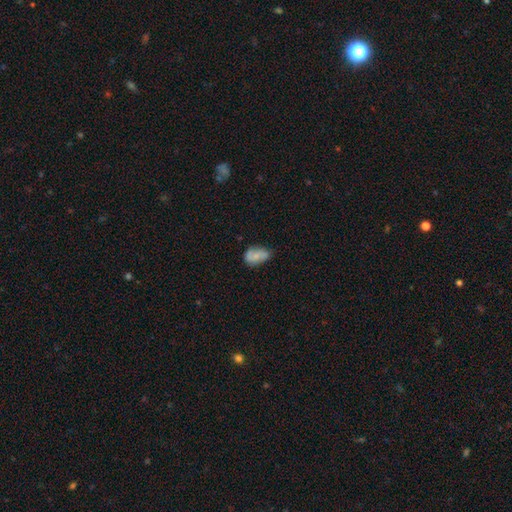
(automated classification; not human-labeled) A smooth galaxy with no disk features (63%) that is in between round and cigar-shaped (88%). Merging: none (55%).